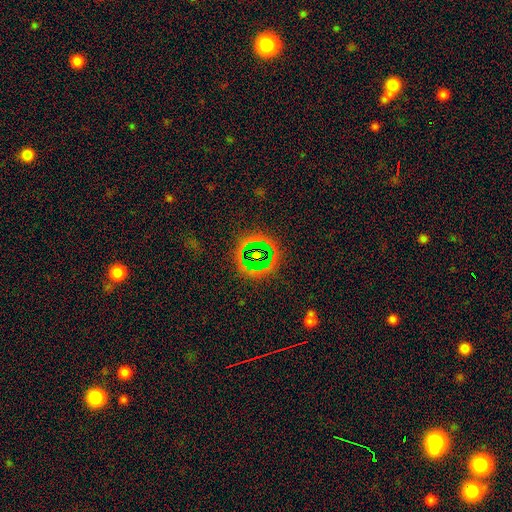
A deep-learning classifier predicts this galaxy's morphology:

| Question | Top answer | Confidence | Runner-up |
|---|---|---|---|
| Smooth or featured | star or artifact | 71% | smooth (16%) |